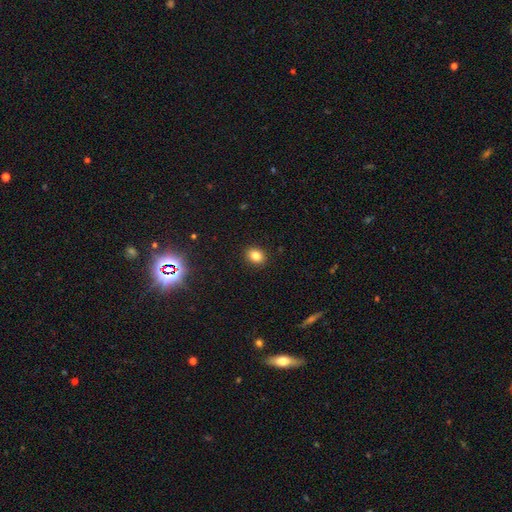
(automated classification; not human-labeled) This appears to be a smooth galaxy with no disk features (82%) that is round (56%). Merging: none (91%).